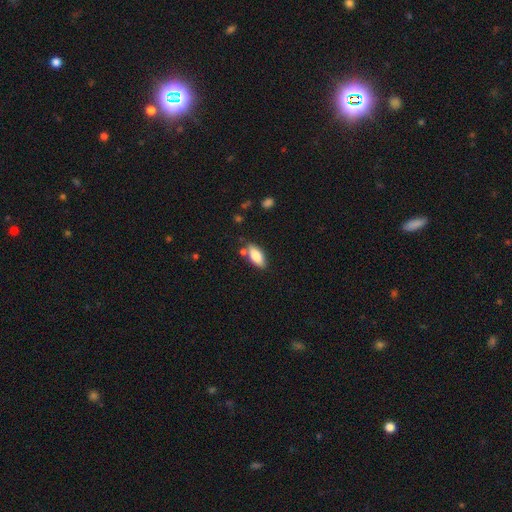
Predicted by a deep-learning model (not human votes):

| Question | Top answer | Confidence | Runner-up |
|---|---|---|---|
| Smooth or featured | smooth | 79% | featured or disk (14%) |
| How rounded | in between | 84% | cigar-shaped (13%) |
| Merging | none | 75% | minor disturbance (15%) |